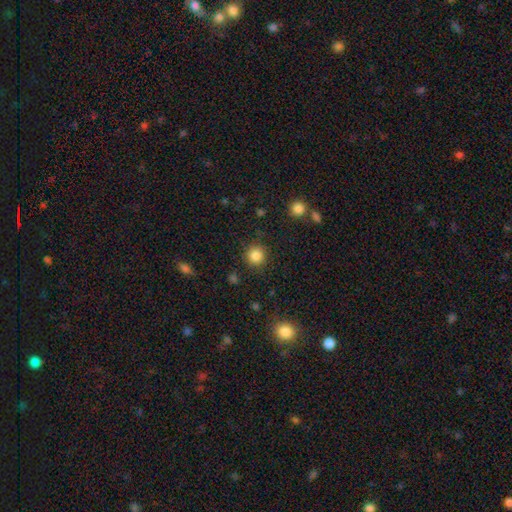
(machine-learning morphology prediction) This appears to be a smooth galaxy with no disk features (84%) that is round (93%). Merging: none (88%).